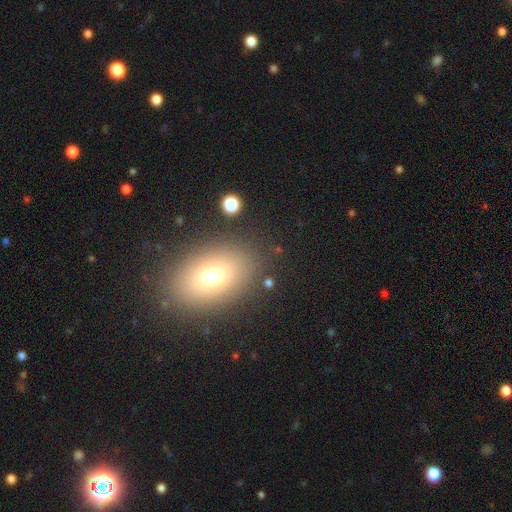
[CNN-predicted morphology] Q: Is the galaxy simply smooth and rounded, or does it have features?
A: smooth — 66%.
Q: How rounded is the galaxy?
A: in between — 79%.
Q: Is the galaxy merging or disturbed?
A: none — 87%.